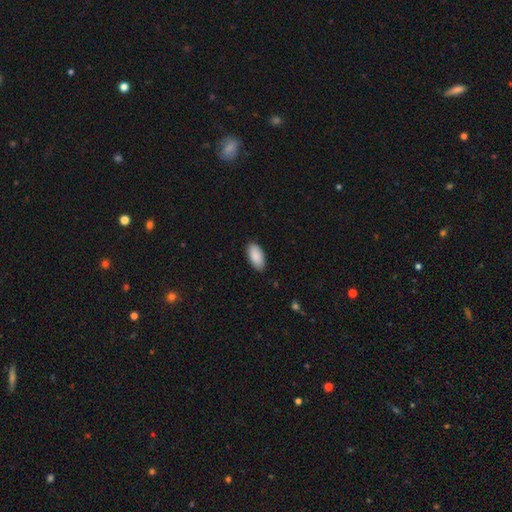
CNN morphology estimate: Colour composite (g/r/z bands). It shows a smooth galaxy with no disk features (90%) that is in between round and cigar-shaped (95%). Merging: none (87%).